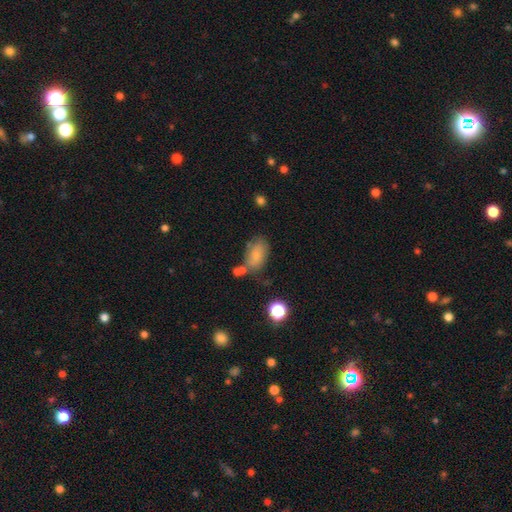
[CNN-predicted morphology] A smooth galaxy with no disk features (72%) that is in between round and cigar-shaped (89%).

Vote fractions:
- Smooth or featured? smooth: 72% / featured or disk: 17% / star or artifact: 11%
- How rounded? in between: 89% / round: 8% / cigar-shaped: 2%
- Merging? none: 50% / minor disturbance: 24% / merger: 16% / major disturbance: 10%